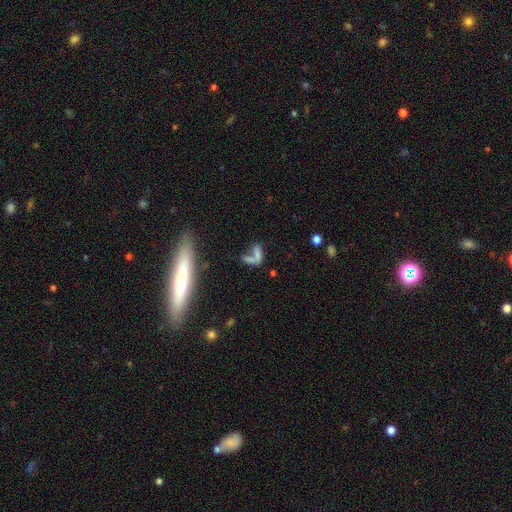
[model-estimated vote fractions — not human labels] A smooth galaxy with no disk features (56%) that is in between round and cigar-shaped (53%).

Vote fractions:
- Smooth or featured? smooth: 56% / featured or disk: 25% / star or artifact: 18%
- How rounded? in between: 53% / cigar-shaped: 37% / round: 10%
- Merging? merger: 48% / none: 27% / major disturbance: 14% / minor disturbance: 11%